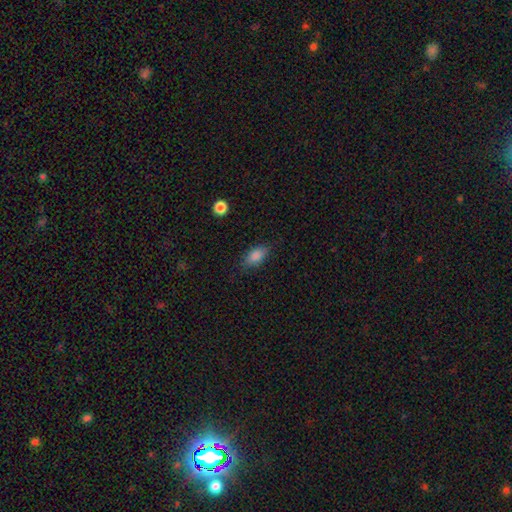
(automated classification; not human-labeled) Smooth or featured?
  - smooth: 85% *
  - star or artifact: 8%
  - featured or disk: 6%
How rounded?
  - in between: 88% *
  - cigar-shaped: 7%
  - round: 5%
Merging?
  - none: 80% *
  - minor disturbance: 15%
  - major disturbance: 4%
  - merger: 1%